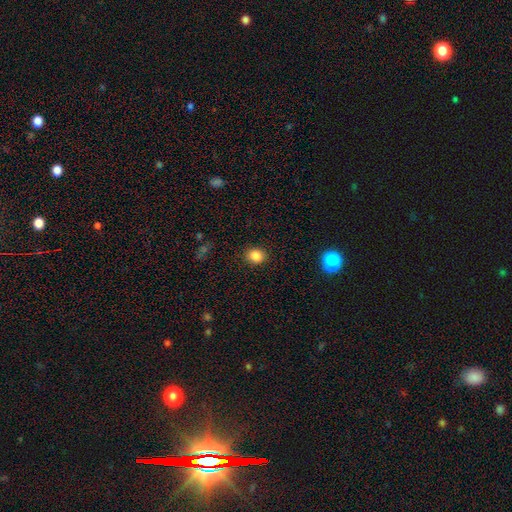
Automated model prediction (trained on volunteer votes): smooth-or-featured: smooth: 85% | star or artifact: 11% | featured or disk: 4%
  how-rounded: round: 72% | in between: 27% | cigar-shaped: 1%
  merging: none: 89% | minor disturbance: 7% | major disturbance: 2% | merger: 1%